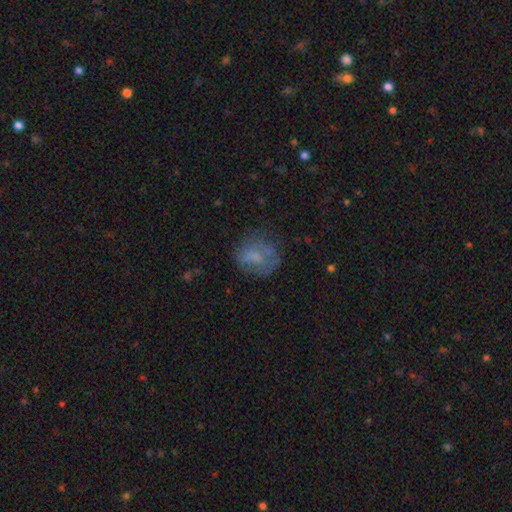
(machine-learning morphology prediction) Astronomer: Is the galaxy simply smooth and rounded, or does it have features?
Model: smooth — 52% (runner-up: featured or disk, 34%).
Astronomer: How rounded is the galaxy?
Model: round — 70%.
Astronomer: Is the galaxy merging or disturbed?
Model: none — 57%.